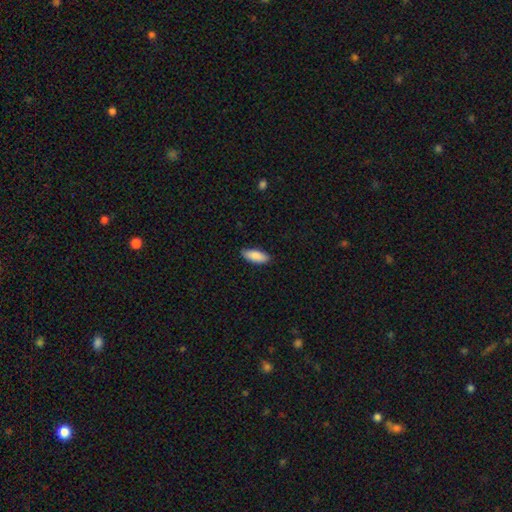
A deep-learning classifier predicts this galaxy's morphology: smooth_or_featured: smooth (p=0.89) [alt: featured or disk p=0.06]
how_rounded: in between (p=0.75) [alt: cigar-shaped p=0.23]
merging: none (p=0.87) [alt: minor disturbance p=0.11]